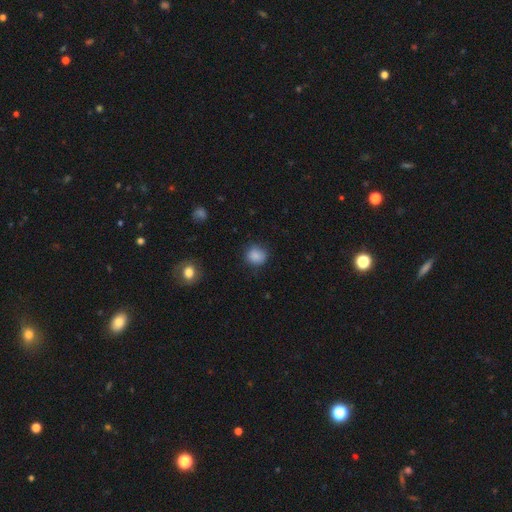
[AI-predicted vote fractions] Smooth or featured: smooth — 86% (star or artifact — 10%)
How rounded: round — 82% (in between — 17%)
Merging: none — 80% (minor disturbance — 15%)